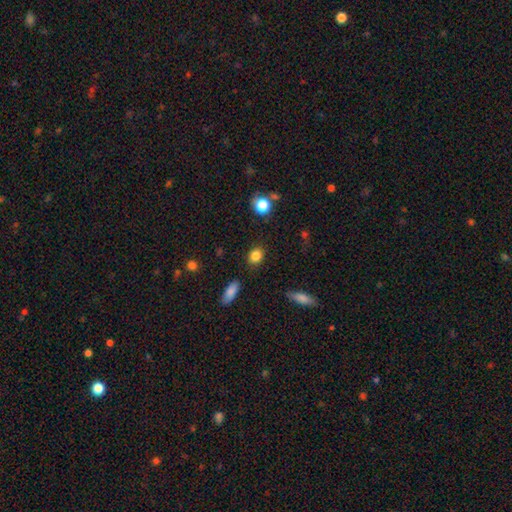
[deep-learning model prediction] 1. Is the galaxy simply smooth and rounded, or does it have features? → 85% smooth, 10% star or artifact, 6% featured or disk.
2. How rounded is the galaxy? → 57% round, 41% in between, 2% cigar-shaped.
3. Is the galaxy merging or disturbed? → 86% none, 10% minor disturbance, 3% major disturbance, 2% merger.